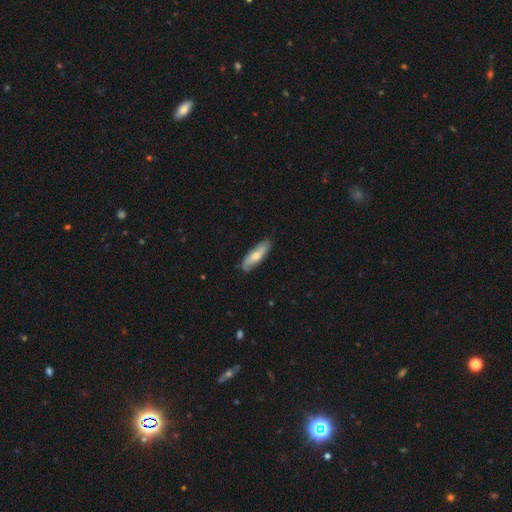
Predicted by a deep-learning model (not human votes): The model was most divided on "how rounded": cigar-shaped: 52%, in between: 46%, round: 2%. More confident: merging — none (85%); smooth or featured — smooth (55%).